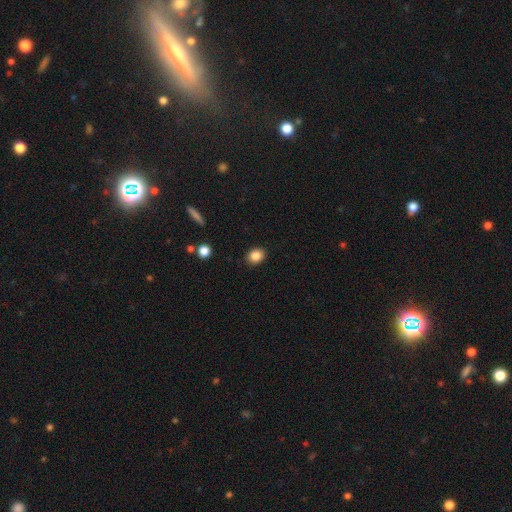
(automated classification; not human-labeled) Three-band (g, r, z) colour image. It shows a smooth galaxy with no disk features (86%) that is round (54%). Merging: none (89%).